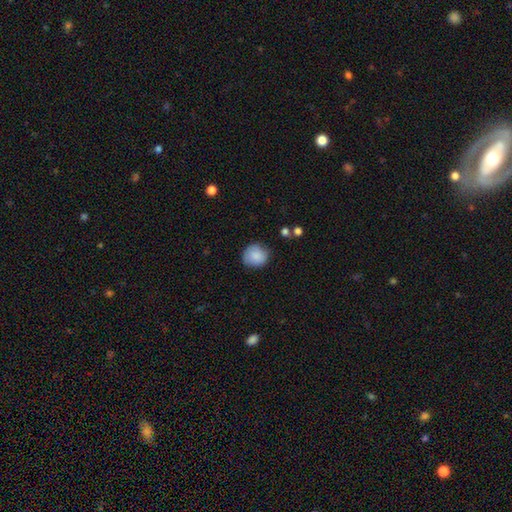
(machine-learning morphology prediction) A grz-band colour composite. It shows a smooth galaxy with no disk features (84%) that is round (86%). Merging: none (77%).